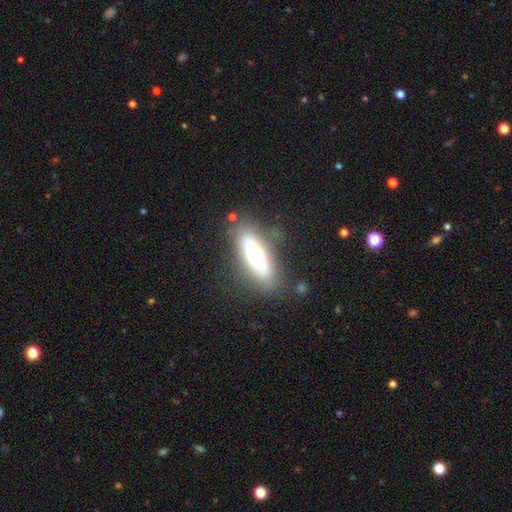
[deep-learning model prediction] Overall: smooth (54%; featured or disk 37%). How rounded: in between (56%; cigar-shaped 41%). Merging: none (79%).